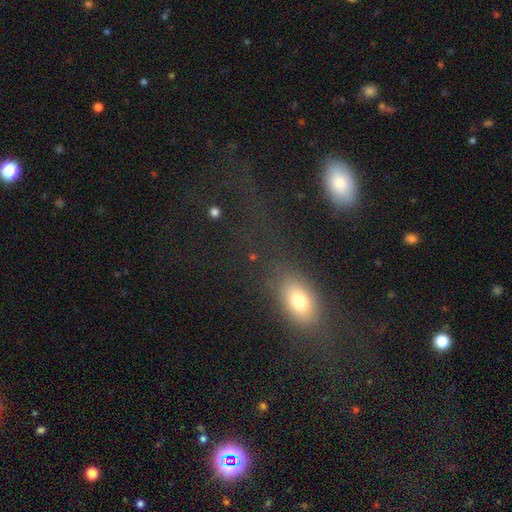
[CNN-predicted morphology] A smooth galaxy with no disk features (56%) that is in between round and cigar-shaped (64%). Merging: none (58%).